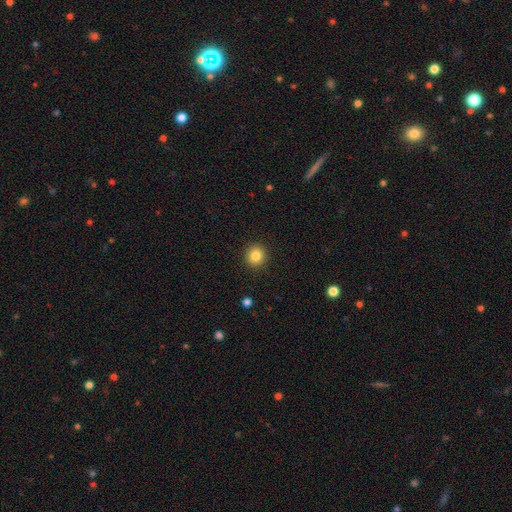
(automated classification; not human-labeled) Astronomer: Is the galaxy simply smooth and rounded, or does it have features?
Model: smooth — 84%.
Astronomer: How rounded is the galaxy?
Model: round — 91%.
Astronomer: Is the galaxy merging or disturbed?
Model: none — 92%.